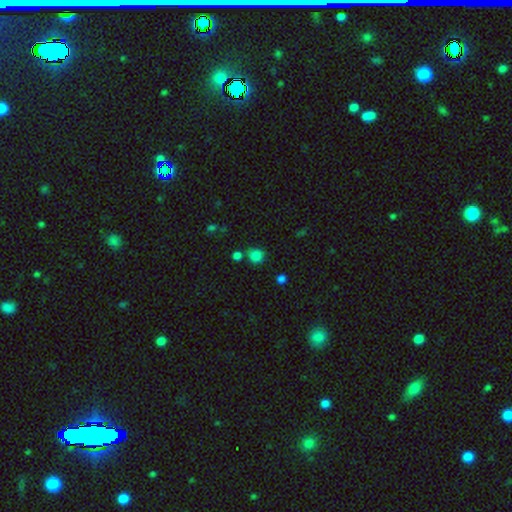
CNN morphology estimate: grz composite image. It shows a smooth galaxy with no disk features (81%) that is round (86%). Merging: none (71%).